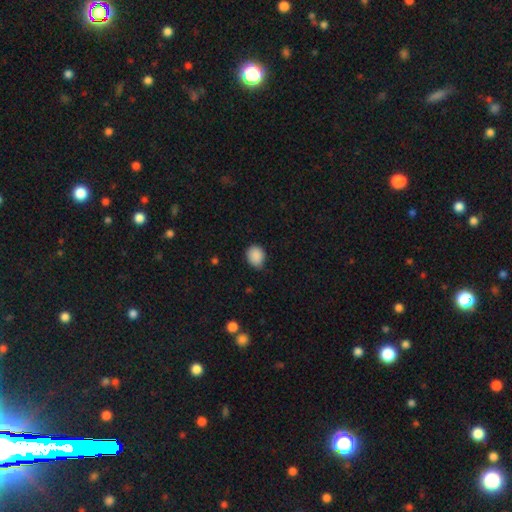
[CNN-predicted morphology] smooth 88%, star or artifact 8%, featured or disk 3%. Down the decision tree: how rounded — round (53%); merging — none (71%).